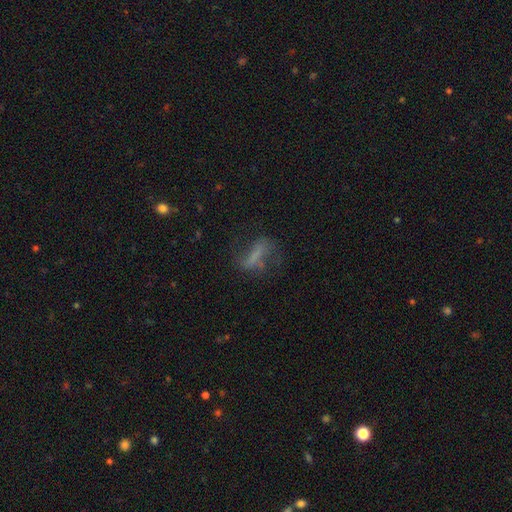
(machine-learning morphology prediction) A featured or disk galaxy (42%, tied with smooth).

Vote fractions:
- Smooth or featured? featured or disk: 42% (tied) / smooth: 42% (tied) / star or artifact: 16%
- Merging? none: 48% / major disturbance: 27% / minor disturbance: 21% / merger: 4%